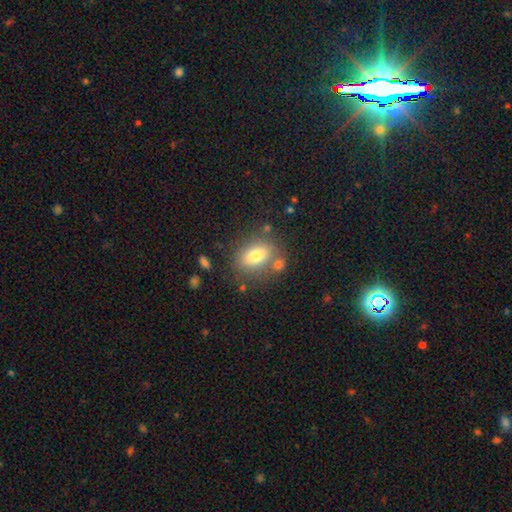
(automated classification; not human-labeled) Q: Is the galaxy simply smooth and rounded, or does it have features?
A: smooth — 77%.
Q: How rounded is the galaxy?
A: in between — 76%.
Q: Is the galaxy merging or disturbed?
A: none — 70%.